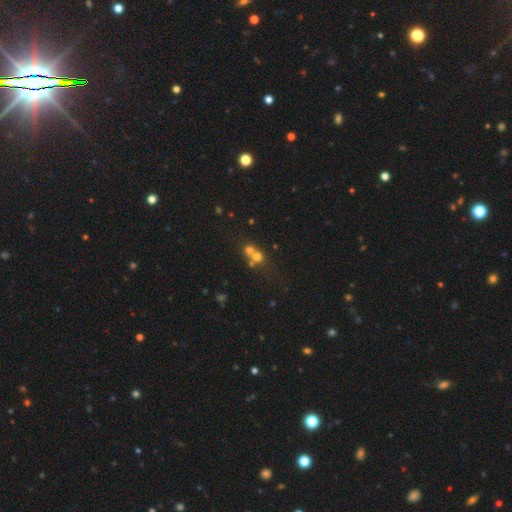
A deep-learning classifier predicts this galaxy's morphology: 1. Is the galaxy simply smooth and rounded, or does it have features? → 61% smooth, 21% featured or disk, 18% star or artifact.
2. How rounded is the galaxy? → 81% round, 18% in between, 1% cigar-shaped.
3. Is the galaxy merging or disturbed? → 60% merger, 31% none, 6% minor disturbance, 3% major disturbance.